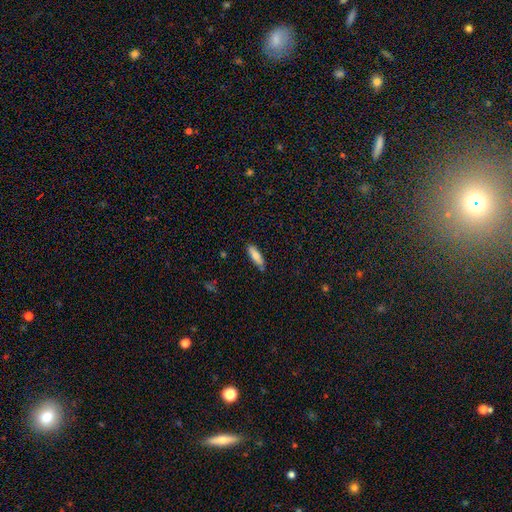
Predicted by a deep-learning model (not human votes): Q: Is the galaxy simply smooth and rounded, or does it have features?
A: smooth — 78%.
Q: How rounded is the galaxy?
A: cigar-shaped — 50%.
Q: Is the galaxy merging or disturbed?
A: none — 81%.